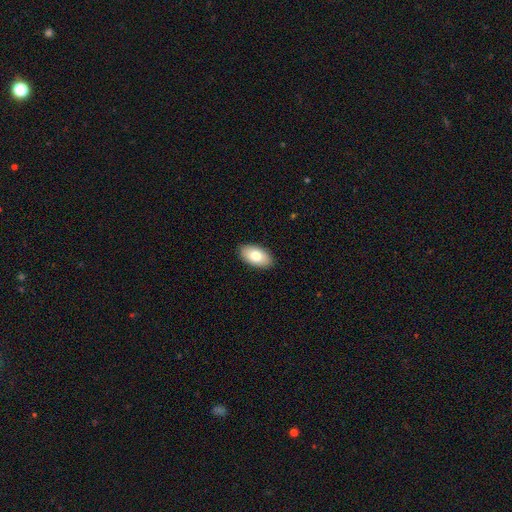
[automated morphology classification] type=smooth (79%); roundness=in between (95%); merging=none (89%).